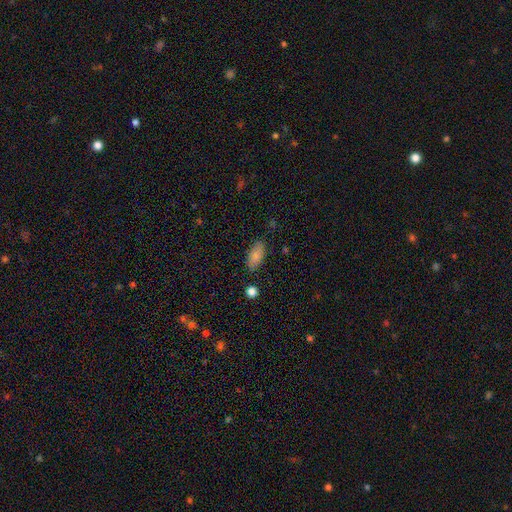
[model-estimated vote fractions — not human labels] Morphology: type=smooth (84%); roundness=in between (89%); merging=none (81%).